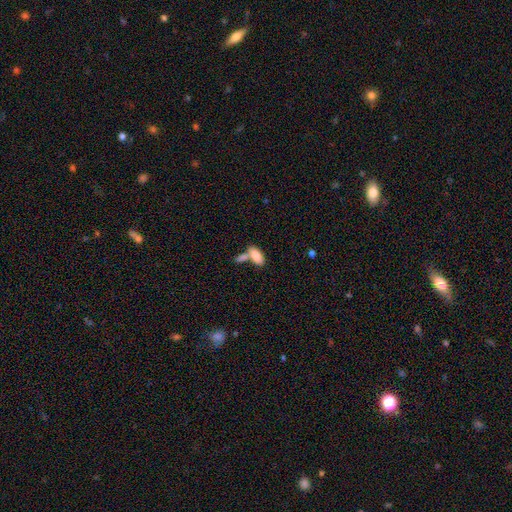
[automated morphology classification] Smooth or featured? smooth (84%)
How rounded? in between (88%)
Merging? merger (49%)